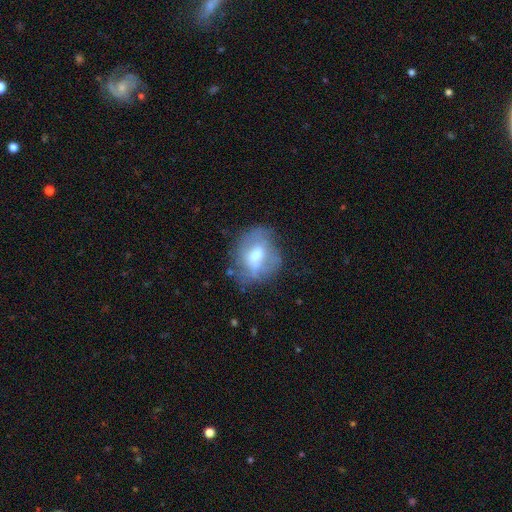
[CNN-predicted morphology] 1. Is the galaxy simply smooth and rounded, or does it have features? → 48% featured or disk, 43% smooth, 10% star or artifact.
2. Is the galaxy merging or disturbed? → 58% none, 25% minor disturbance, 13% major disturbance, 4% merger.